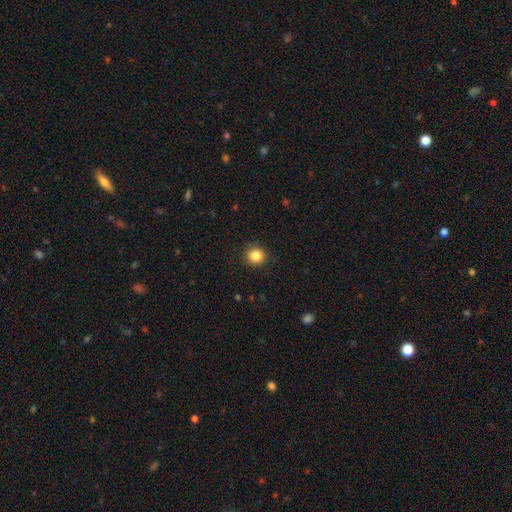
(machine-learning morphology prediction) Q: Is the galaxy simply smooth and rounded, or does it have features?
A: smooth — 85%.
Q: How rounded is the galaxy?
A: round — 90%.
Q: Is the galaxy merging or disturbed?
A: none — 91%.